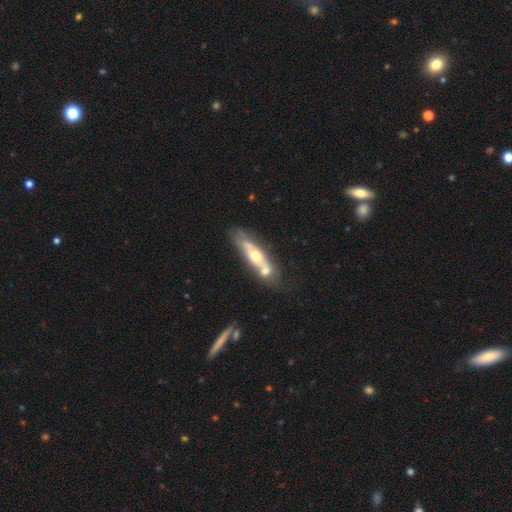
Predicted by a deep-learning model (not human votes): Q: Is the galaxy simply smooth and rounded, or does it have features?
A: featured or disk — 62%.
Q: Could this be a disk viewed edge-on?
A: no — 53%.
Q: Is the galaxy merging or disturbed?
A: none — 50%.